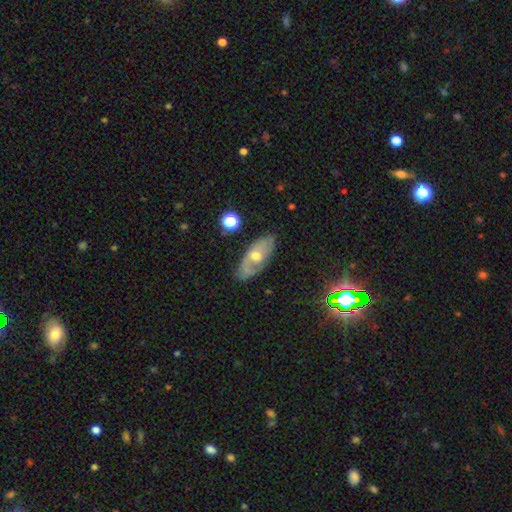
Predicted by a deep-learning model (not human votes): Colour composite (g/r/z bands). It shows a featured or disk galaxy (57%). Merging: none (75%).